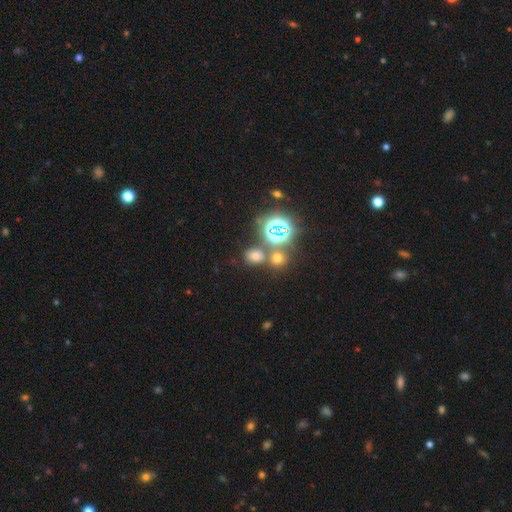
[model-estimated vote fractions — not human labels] This is possibly a smooth galaxy (57%). How rounded: possibly round (51%). Merging: likely none (66%).